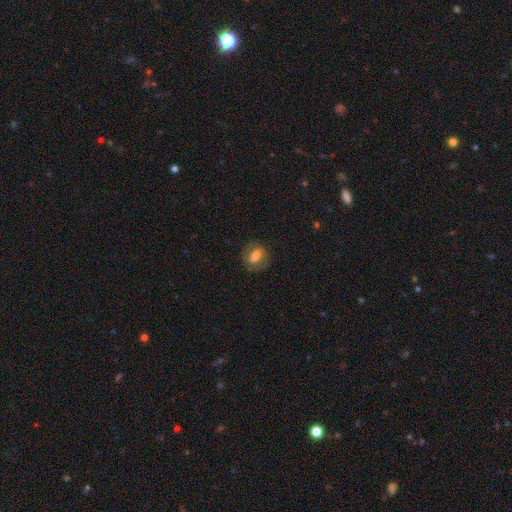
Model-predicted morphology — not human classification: Smooth or featured? smooth (58%)
How rounded? in between (63%)
Merging? none (77%)